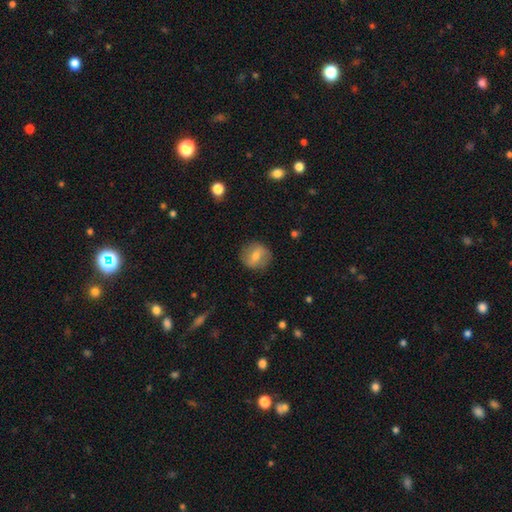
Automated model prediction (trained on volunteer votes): Smooth or featured? Predicted: smooth (p=0.53). How rounded? Predicted: round (p=0.85). Merging? Predicted: none (p=0.87).